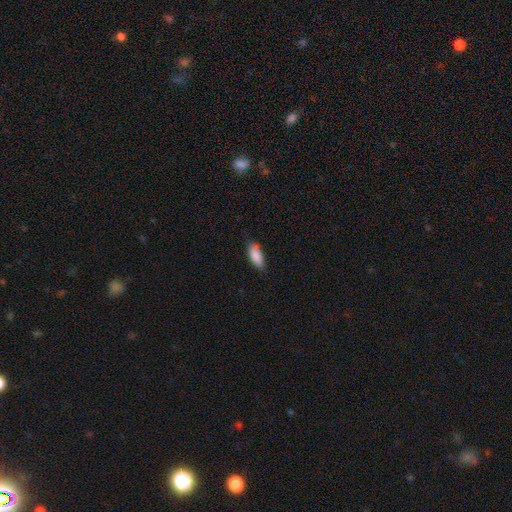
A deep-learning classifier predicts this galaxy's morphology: A smooth galaxy with no disk features (88%) that is in between round and cigar-shaped (78%). Merging: none (77%).